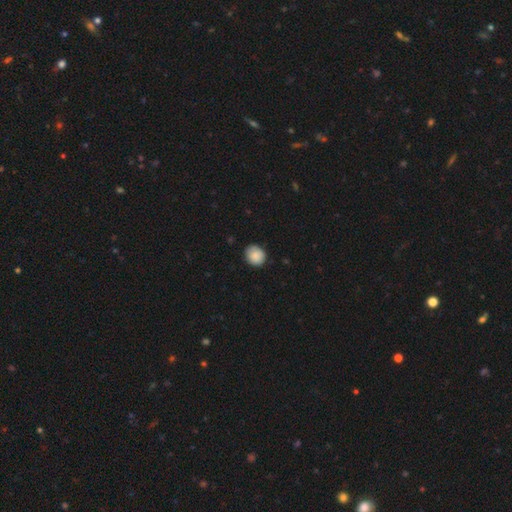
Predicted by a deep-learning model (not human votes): Morphology: type=smooth (88%); roundness=round (79%); merging=none (80%).